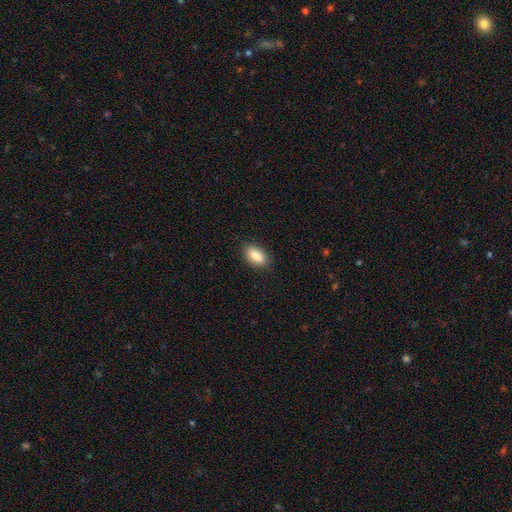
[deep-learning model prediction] The model was most divided on "merging": none: 87%, minor disturbance: 10%, major disturbance: 2%, merger: 1%. More confident: how rounded — in between (90%); smooth or featured — smooth (86%).